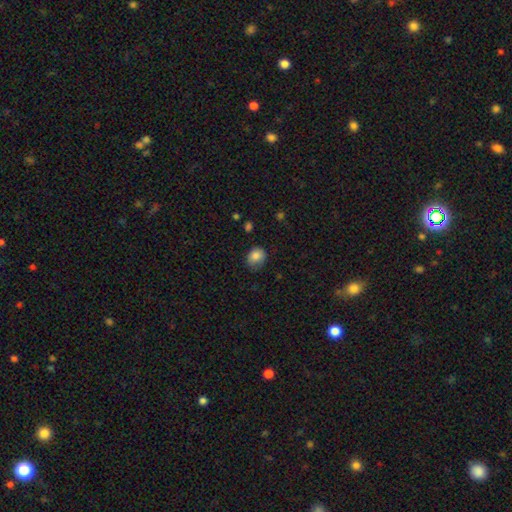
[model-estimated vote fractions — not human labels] smooth 84%, star or artifact 9%, featured or disk 6%. Down the decision tree: how rounded — round (52%); merging — none (64%).